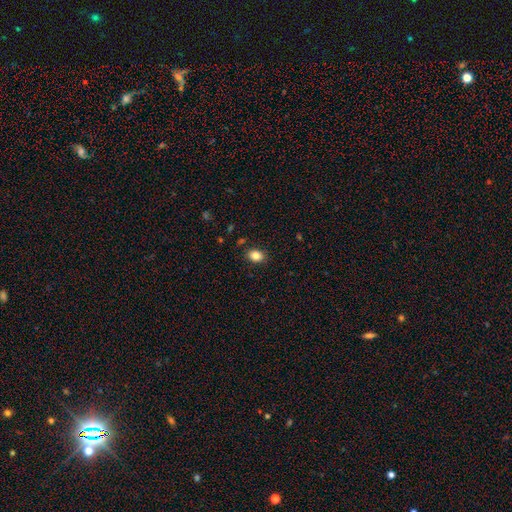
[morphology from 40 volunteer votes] Smooth or featured: smooth — 85% (featured or disk — 8%)
How rounded: in between — 65% (round — 35%)
Merging: none — 100%